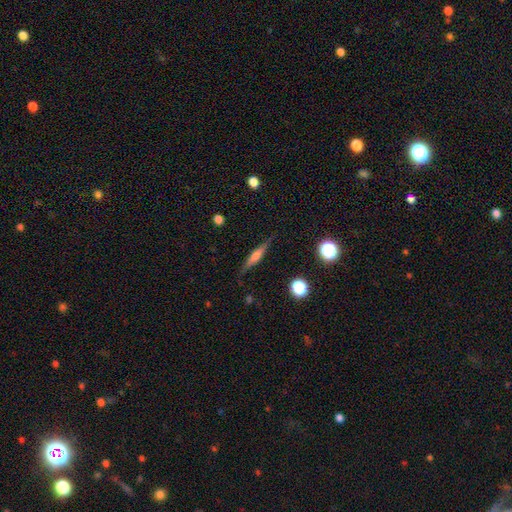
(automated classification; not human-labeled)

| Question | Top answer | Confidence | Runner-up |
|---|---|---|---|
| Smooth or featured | featured or disk | 50% | smooth (41%) |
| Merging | none | 85% | minor disturbance (11%) |